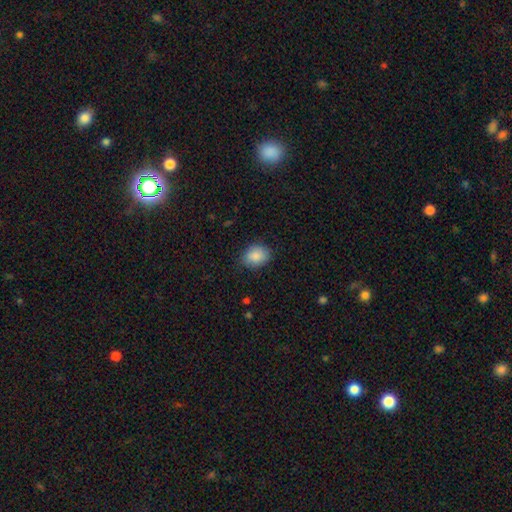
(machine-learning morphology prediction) smooth_or_featured: smooth (p=0.87) [alt: star or artifact p=0.07]
how_rounded: in between (p=0.60) [alt: round p=0.39]
merging: none (p=0.81) [alt: minor disturbance p=0.15]